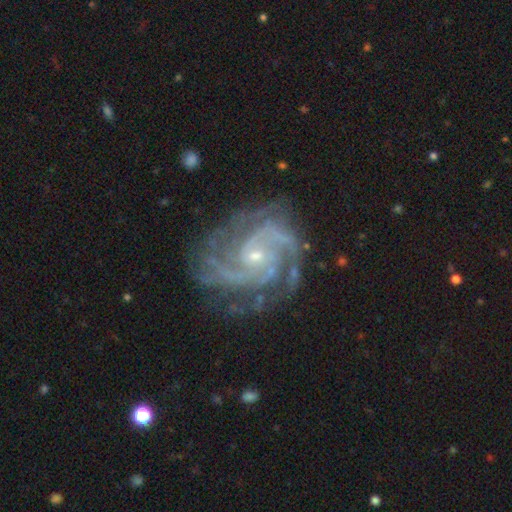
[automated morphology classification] A featured or disk galaxy (92%) with no bar (62%), 2 (38%) tight (56%) spiral arms (99%) and a small central bulge (76%).

Vote fractions:
- Smooth or featured? featured or disk: 92% / star or artifact: 5% / smooth: 3%
- Edge-on disk? no: 98% / yes: 2%
- Bar? no: 62% / weak: 29% / strong: 9%
- Spiral arms? yes: 99% / no: 1%
- Spiral winding? tight: 56% / medium: 39% / loose: 5%
- Spiral arm count? 2: 38% / 3: 27% / 4: 11% / can't tell: 11% / more than 4: 7% / 1: 6%
- Bulge size? small: 76% / moderate: 20% / none: 2% / large: 1% / dominant: 1%
- Merging? none: 74% / minor disturbance: 17% / major disturbance: 7% / merger: 2%